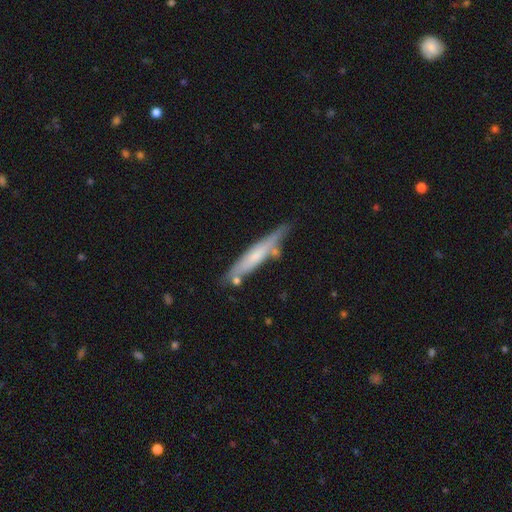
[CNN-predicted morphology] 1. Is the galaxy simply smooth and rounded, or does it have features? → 51% smooth, 43% featured or disk, 6% star or artifact.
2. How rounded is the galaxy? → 91% cigar-shaped, 8% in between, 1% round.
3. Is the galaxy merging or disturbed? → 71% none, 18% minor disturbance, 7% merger, 4% major disturbance.